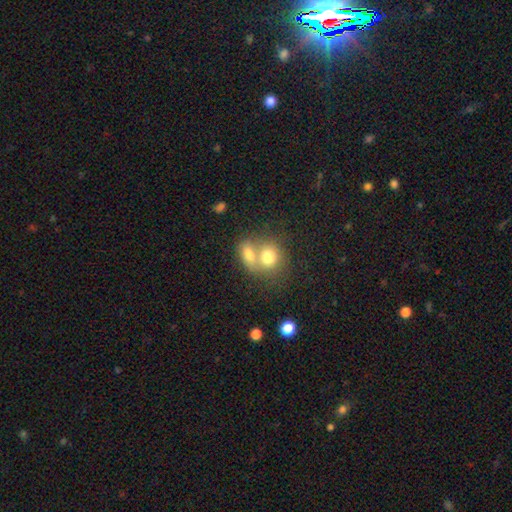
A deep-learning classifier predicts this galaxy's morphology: smooth 70%, featured or disk 19%, star or artifact 11%. Down the decision tree: how rounded — round (62%); merging — merger (67%).